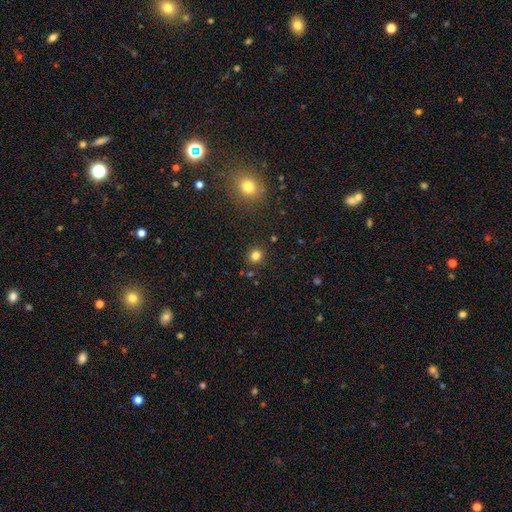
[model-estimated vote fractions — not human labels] Smooth or featured? Predicted: smooth (p=0.80). How rounded? Predicted: round (p=0.88). Merging? Predicted: none (p=0.88).